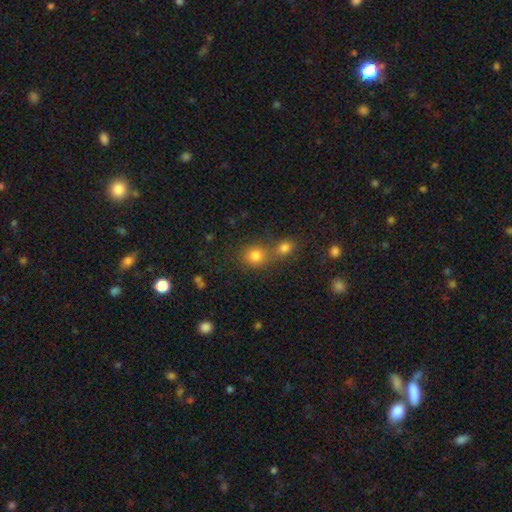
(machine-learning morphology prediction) smooth-or-featured: smooth: 80% | star or artifact: 13% | featured or disk: 7%
  how-rounded: round: 80% | in between: 19% | cigar-shaped: 1%
  merging: none: 47% | merger: 41% | minor disturbance: 8% | major disturbance: 4%